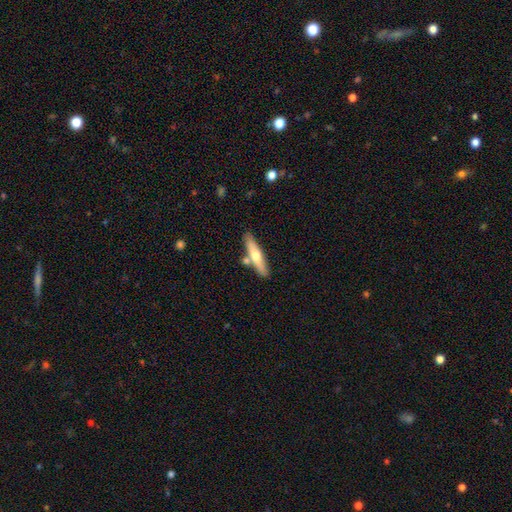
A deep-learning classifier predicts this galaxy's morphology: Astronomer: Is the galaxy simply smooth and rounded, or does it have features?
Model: smooth — 53% (runner-up: featured or disk, 42%).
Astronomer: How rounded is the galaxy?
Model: cigar-shaped — 81%.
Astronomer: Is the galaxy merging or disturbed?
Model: none — 74%.